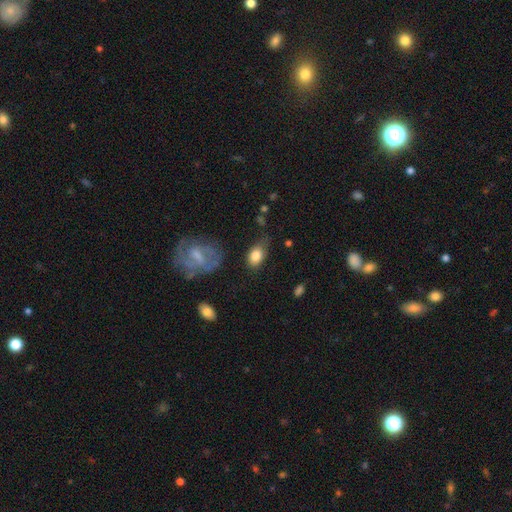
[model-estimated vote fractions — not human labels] smooth-or-featured: smooth: 80% | featured or disk: 13% | star or artifact: 7%
  how-rounded: in between: 83% | round: 15% | cigar-shaped: 2%
  merging: none: 54% | minor disturbance: 30% | major disturbance: 13% | merger: 4%